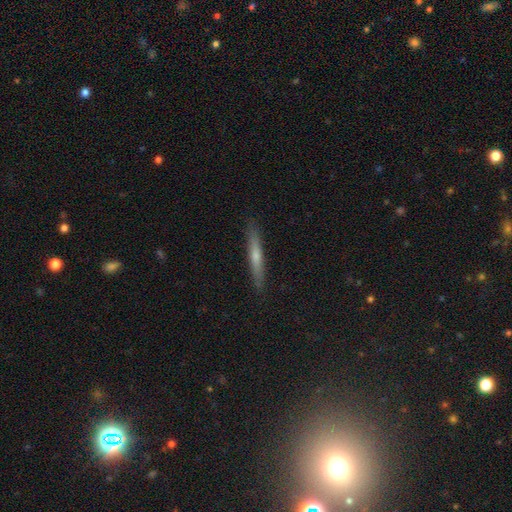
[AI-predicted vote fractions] Morphology: type=smooth (51%); roundness=cigar-shaped (94%); merging=none (89%).